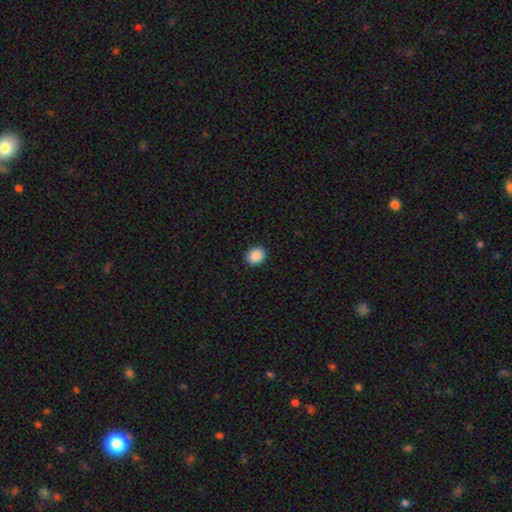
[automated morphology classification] Q: Smooth or featured?
A: smooth (89%); runner-up: star or artifact (8%)
Q: How rounded?
A: round (53%); runner-up: in between (46%)
Q: Merging?
A: none (91%); runner-up: minor disturbance (6%)